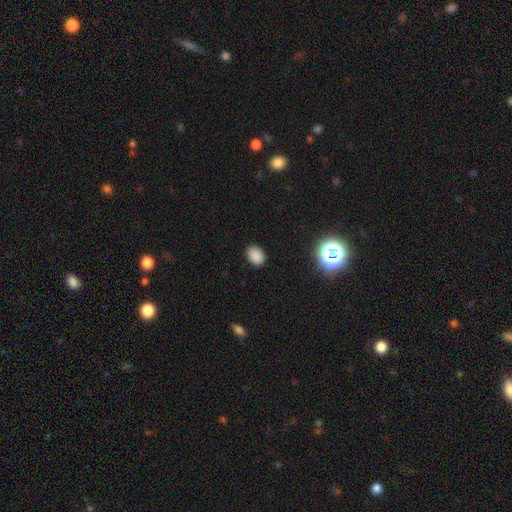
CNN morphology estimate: A smooth galaxy with no disk features (84%) that is in between round and cigar-shaped (72%). Merging: none (88%).